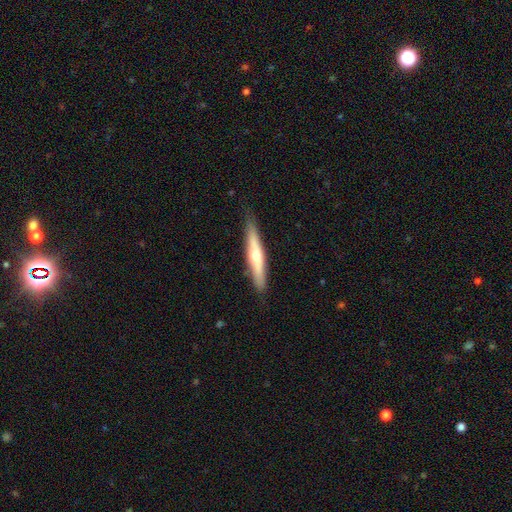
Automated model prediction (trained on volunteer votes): smooth-or-featured: featured or disk: 53% | smooth: 42% | star or artifact: 5%
  disk-edge-on: yes: 91% | no: 9%
  merging: none: 85% | minor disturbance: 11% | major disturbance: 2% | merger: 1%